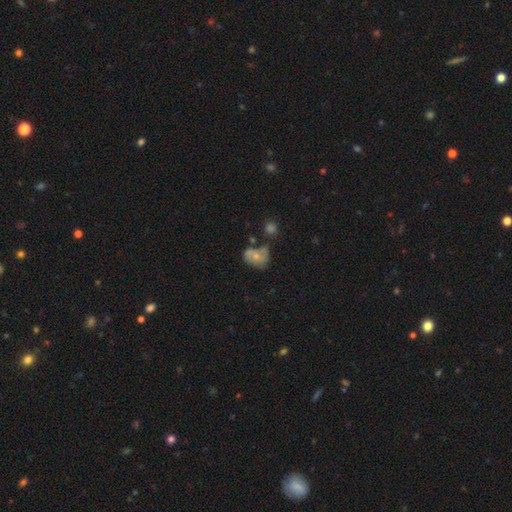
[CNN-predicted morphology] Smooth or featured? smooth (57%)
How rounded? in between (58%)
Merging? none (34%)